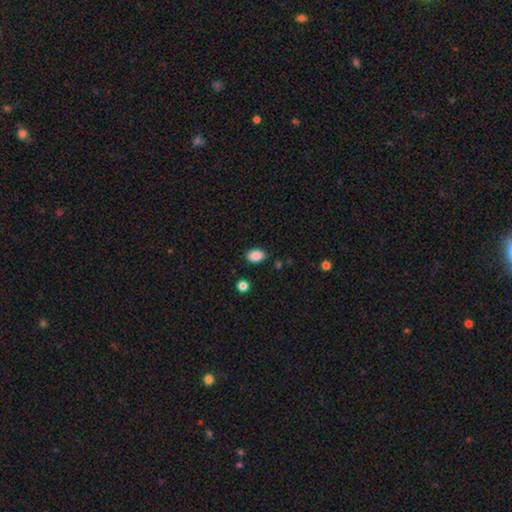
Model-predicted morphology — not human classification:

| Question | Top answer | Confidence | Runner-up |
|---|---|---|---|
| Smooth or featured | smooth | 88% | star or artifact (8%) |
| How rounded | in between | 81% | round (18%) |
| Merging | none | 84% | minor disturbance (11%) |